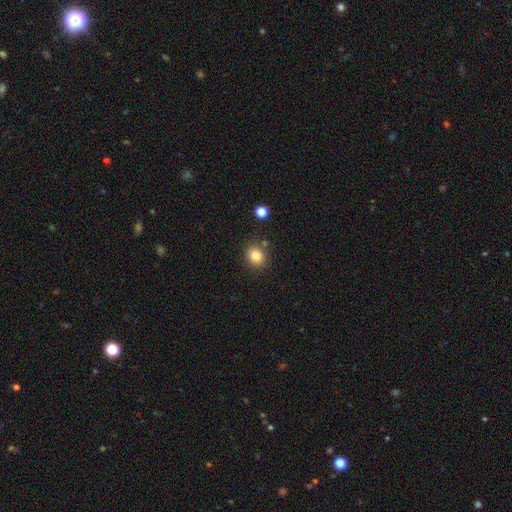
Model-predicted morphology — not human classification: Smooth or featured? smooth (82%)
How rounded? round (71%)
Merging? none (83%)